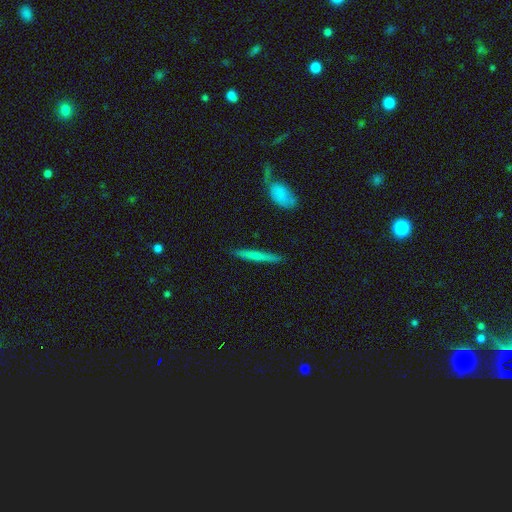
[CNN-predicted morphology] This appears to be a smooth galaxy with no disk features (62%) that is cigar-shaped (95%). Merging: none (88%).